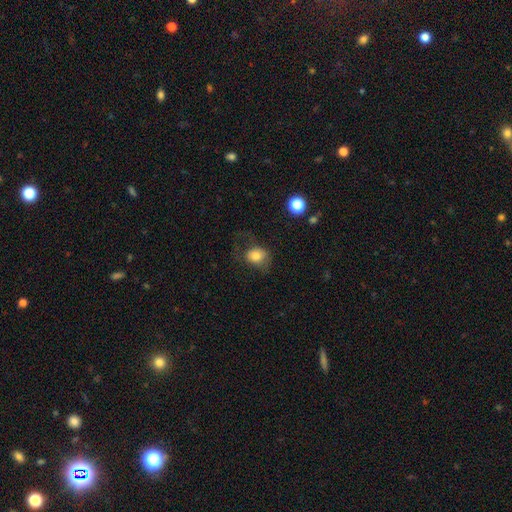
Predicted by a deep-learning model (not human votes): smooth_or_featured: smooth (p=0.78) [alt: featured or disk p=0.12]
how_rounded: round (p=0.55) [alt: in between p=0.44]
merging: none (p=0.48) [alt: major disturbance p=0.26]